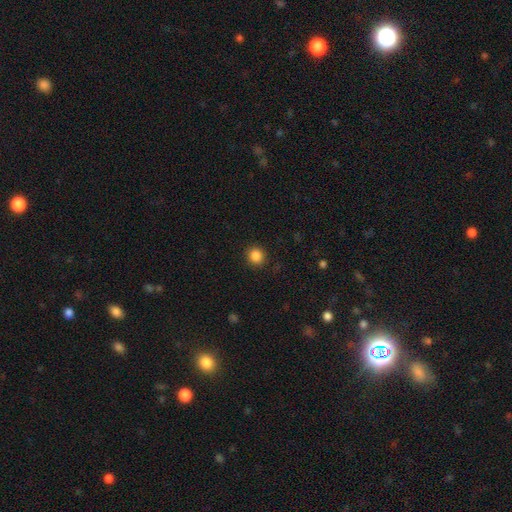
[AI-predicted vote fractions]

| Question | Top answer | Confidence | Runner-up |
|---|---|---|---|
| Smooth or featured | smooth | 86% | star or artifact (11%) |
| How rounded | round | 87% | in between (12%) |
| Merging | none | 91% | minor disturbance (6%) |